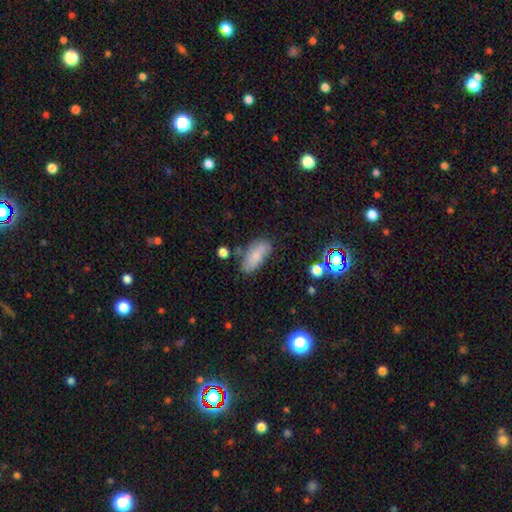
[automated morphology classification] Q: Smooth or featured?
A: smooth (75%); runner-up: featured or disk (16%)
Q: How rounded?
A: in between (85%); runner-up: cigar-shaped (13%)
Q: Merging?
A: none (66%); runner-up: minor disturbance (23%)